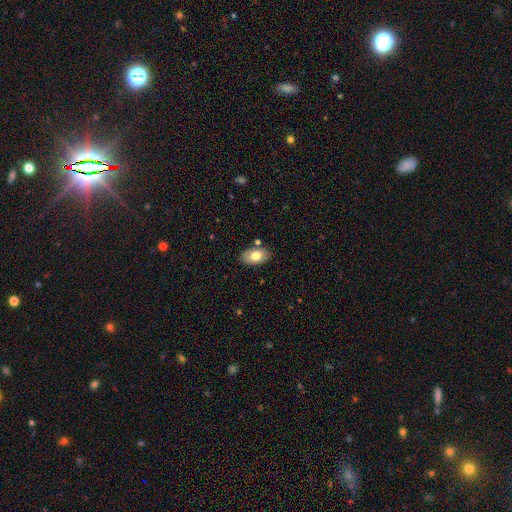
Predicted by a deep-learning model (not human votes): This is likely a smooth galaxy (75%). How rounded: clearly in between (92%). Merging: clearly none (82%).